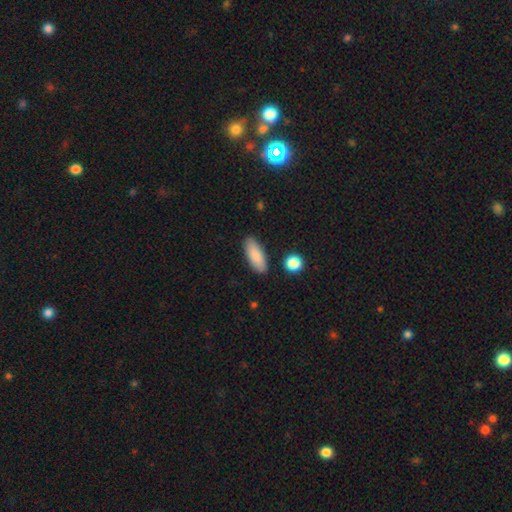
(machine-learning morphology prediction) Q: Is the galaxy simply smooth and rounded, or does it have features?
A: smooth — 86%.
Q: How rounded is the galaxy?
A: in between — 72%.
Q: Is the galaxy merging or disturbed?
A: none — 87%.